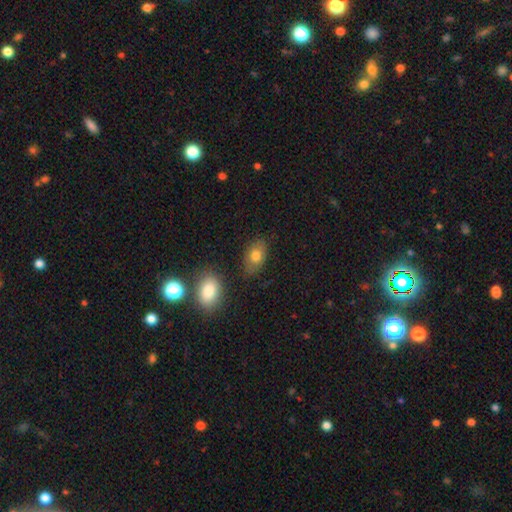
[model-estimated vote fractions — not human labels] Smooth or featured?
  - smooth: 76% *
  - featured or disk: 16%
  - star or artifact: 9%
How rounded?
  - in between: 84% *
  - round: 14%
  - cigar-shaped: 2%
Merging?
  - none: 77% *
  - minor disturbance: 16%
  - major disturbance: 4%
  - merger: 4%